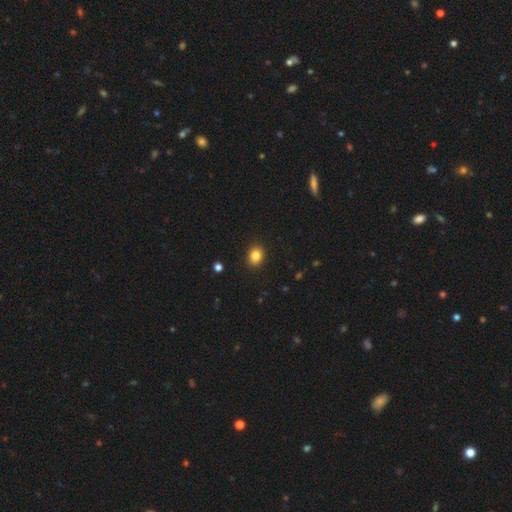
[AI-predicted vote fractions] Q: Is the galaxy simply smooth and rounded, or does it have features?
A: smooth — 84%.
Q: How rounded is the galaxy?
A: round — 59%.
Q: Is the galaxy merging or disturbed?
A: none — 91%.